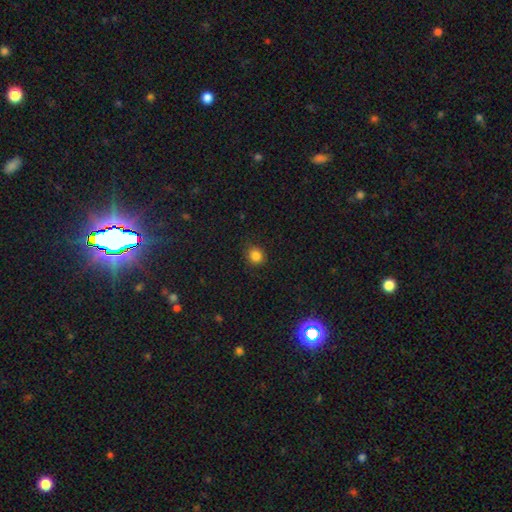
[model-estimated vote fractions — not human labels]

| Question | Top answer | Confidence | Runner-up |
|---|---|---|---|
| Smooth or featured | smooth | 84% | star or artifact (13%) |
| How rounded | round | 84% | in between (16%) |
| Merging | none | 87% | minor disturbance (9%) |